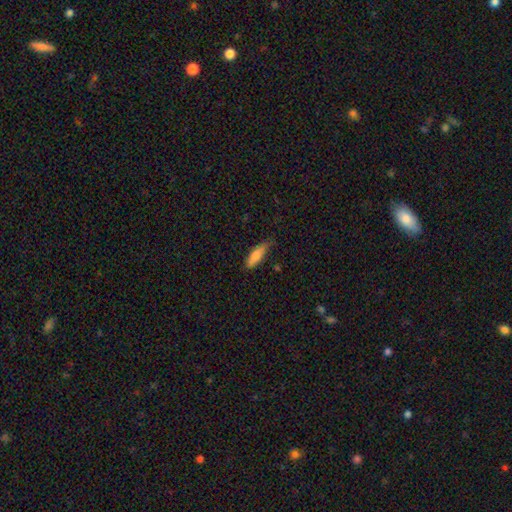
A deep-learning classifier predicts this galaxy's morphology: This is clearly a smooth galaxy (82%). How rounded: possibly cigar-shaped (51%). Merging: likely none (65%).